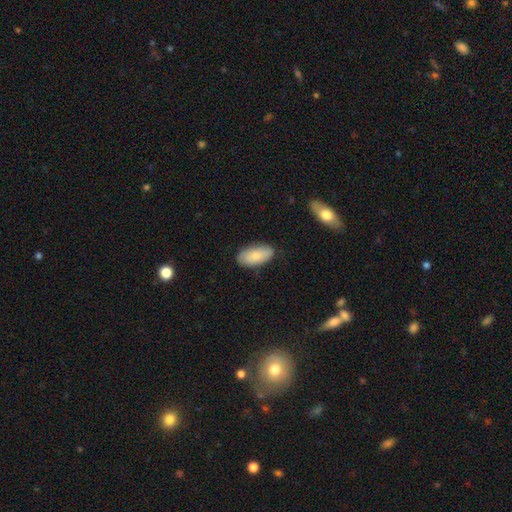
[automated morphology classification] smooth 80%, featured or disk 14%, star or artifact 6%. Down the decision tree: how rounded — in between (93%); merging — none (81%).